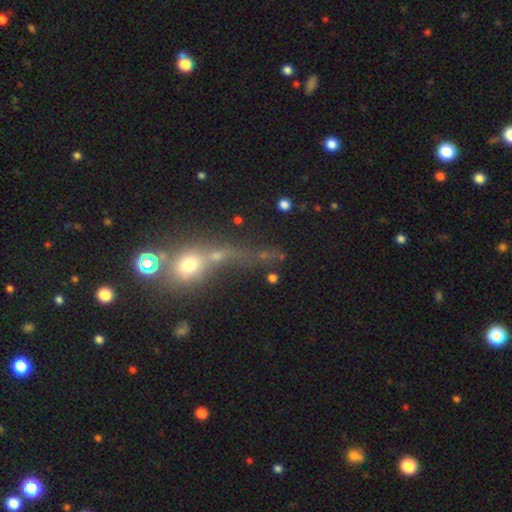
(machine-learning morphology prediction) smooth 41%, star or artifact 33%, featured or disk 27%. Down the decision tree: merging — merger (38%).